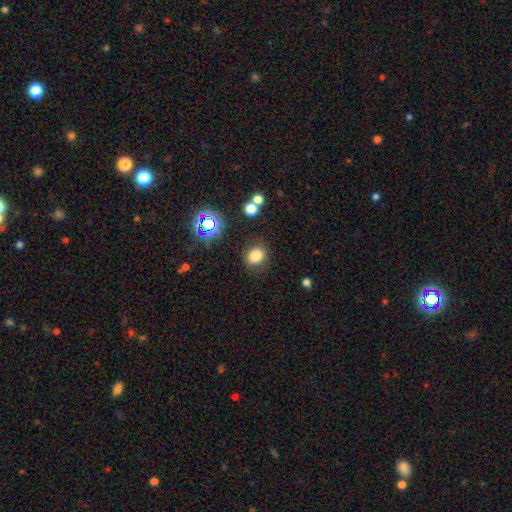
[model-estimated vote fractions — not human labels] The model was most divided on "how rounded": round: 69%, in between: 30%, cigar-shaped: 1%. More confident: merging — none (82%); smooth or featured — smooth (78%).